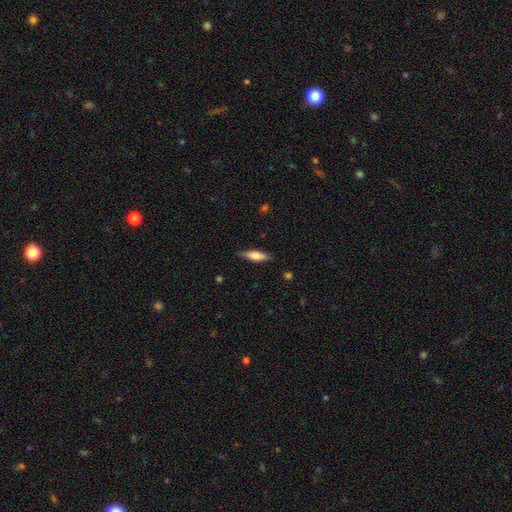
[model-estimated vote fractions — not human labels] Smooth or featured?
  - smooth: 70% *
  - featured or disk: 24%
  - star or artifact: 6%
How rounded?
  - cigar-shaped: 56% *
  - in between: 42%
  - round: 2%
Merging?
  - none: 84% *
  - minor disturbance: 12%
  - major disturbance: 2%
  - merger: 1%